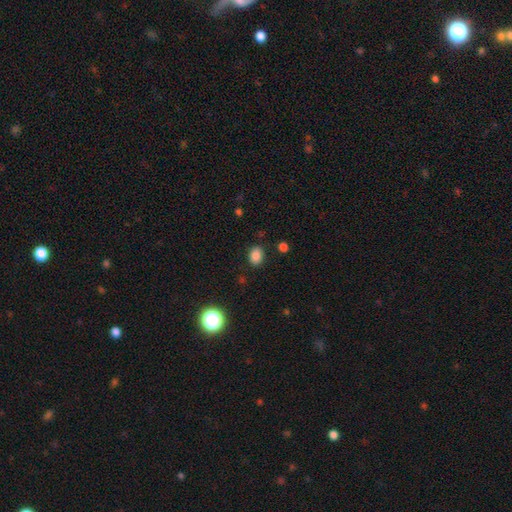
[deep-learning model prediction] Smooth or featured: smooth — 84% (star or artifact — 12%)
How rounded: in between — 64% (round — 35%)
Merging: none — 85% (minor disturbance — 11%)